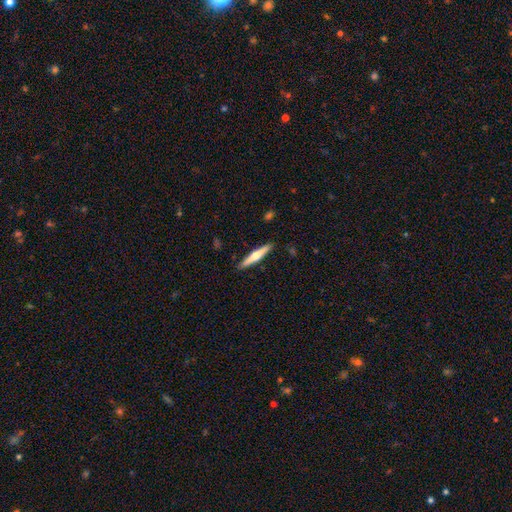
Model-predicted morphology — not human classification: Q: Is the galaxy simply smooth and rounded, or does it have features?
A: smooth — 48%.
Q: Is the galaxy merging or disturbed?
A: none — 90%.